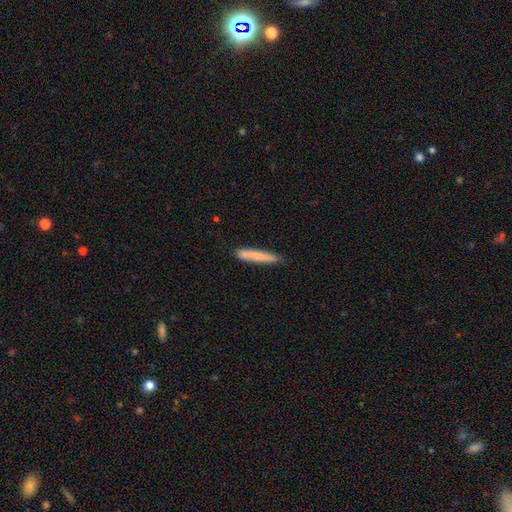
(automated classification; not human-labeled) A smooth galaxy with no disk features (79%) that is cigar-shaped (94%).

Vote fractions:
- Smooth or featured? smooth: 79% / featured or disk: 15% / star or artifact: 6%
- How rounded? cigar-shaped: 94% / in between: 5% / round: 1%
- Merging? none: 85% / minor disturbance: 12% / major disturbance: 2% / merger: 2%